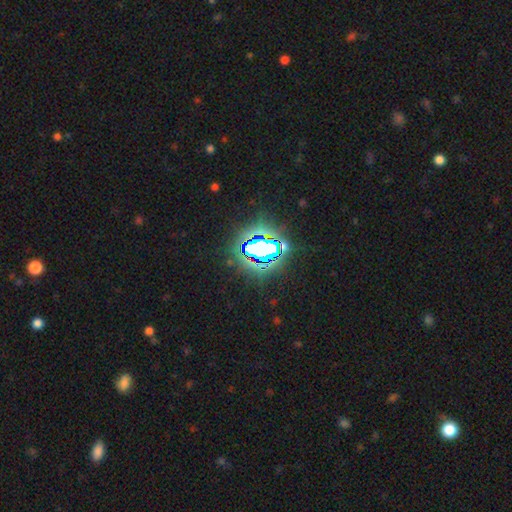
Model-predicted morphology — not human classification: Smooth or featured?
  - star or artifact: 79% *
  - smooth: 12%
  - featured or disk: 9%